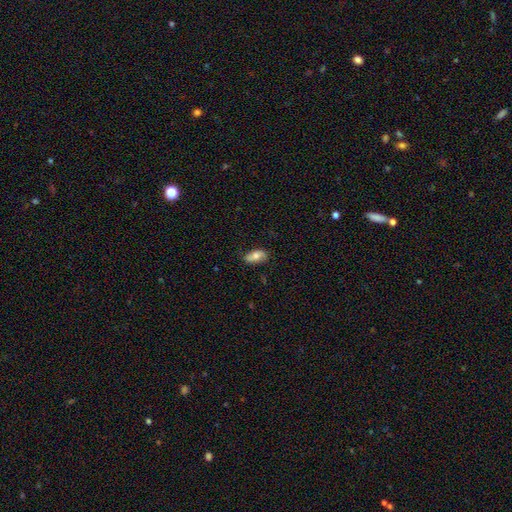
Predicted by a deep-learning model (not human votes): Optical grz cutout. It shows a smooth galaxy with no disk features (65%) that is in between round and cigar-shaped (90%). Merging: none (76%).